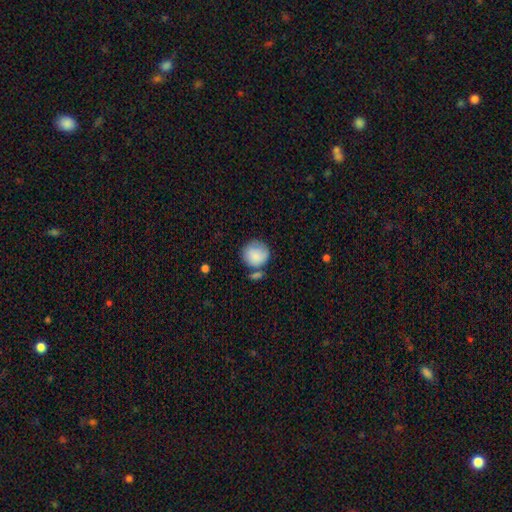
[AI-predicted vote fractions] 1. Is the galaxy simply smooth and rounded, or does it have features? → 86% smooth, 7% star or artifact, 7% featured or disk.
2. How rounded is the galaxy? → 89% round, 10% in between, 1% cigar-shaped.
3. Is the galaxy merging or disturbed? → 62% none, 17% minor disturbance, 15% merger, 6% major disturbance.